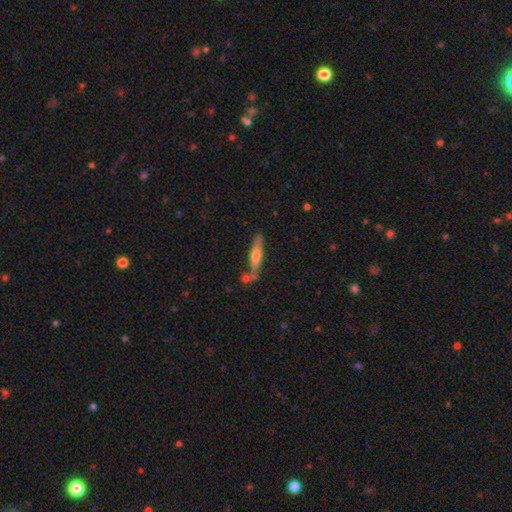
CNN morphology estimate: Smooth or featured? featured or disk (49%)
Merging? none (71%)